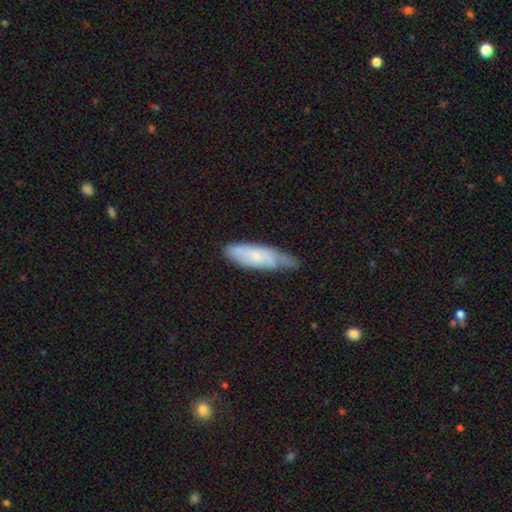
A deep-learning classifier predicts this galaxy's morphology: Q: Smooth or featured?
A: smooth (54%); runner-up: featured or disk (39%)
Q: How rounded?
A: in between (50%); runner-up: cigar-shaped (48%)
Q: Merging?
A: none (51%); runner-up: minor disturbance (37%)